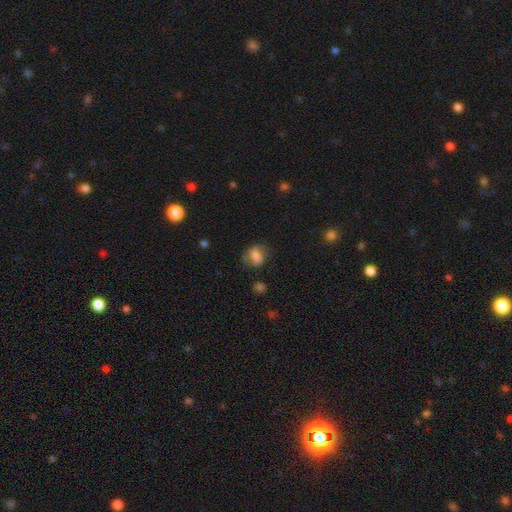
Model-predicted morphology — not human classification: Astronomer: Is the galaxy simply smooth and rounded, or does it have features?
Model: smooth — 65%.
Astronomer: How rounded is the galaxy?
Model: in between — 61% (runner-up: round, 37%).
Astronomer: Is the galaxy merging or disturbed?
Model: none — 56%.